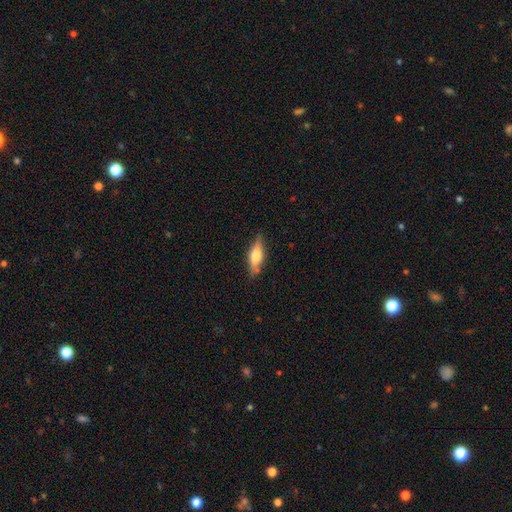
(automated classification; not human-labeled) smooth-or-featured: smooth: 52% | featured or disk: 42% | star or artifact: 7%
  how-rounded: in between: 53% | cigar-shaped: 44% | round: 3%
  merging: none: 78% | minor disturbance: 17% | major disturbance: 3% | merger: 2%